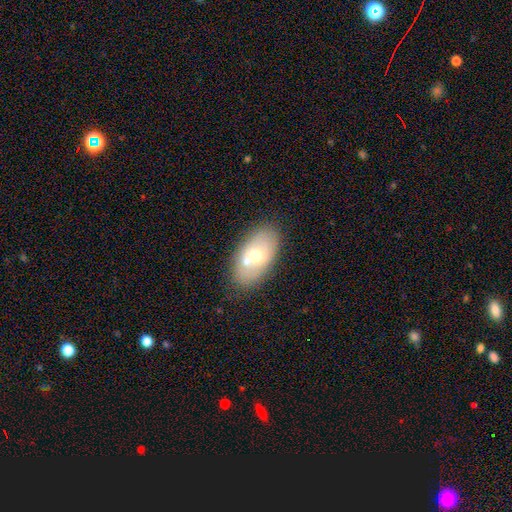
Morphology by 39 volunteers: Smooth or featured?
  - smooth: 67% *
  - featured or disk: 26%
  - star or artifact: 8%
How rounded?
  - in between: 77% *
  - round: 19%
  - cigar-shaped: 4%
Merging?
  - none: 64% *
  - merger: 22%
  - minor disturbance: 11%
  - major disturbance: 3%